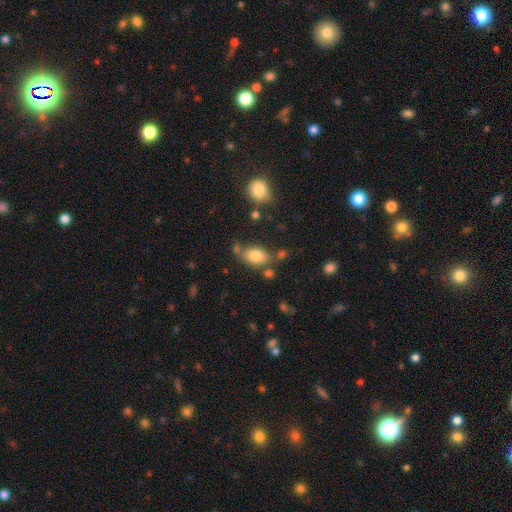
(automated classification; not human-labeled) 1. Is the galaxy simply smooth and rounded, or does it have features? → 80% smooth, 12% featured or disk, 9% star or artifact.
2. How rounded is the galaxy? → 87% in between, 10% round, 3% cigar-shaped.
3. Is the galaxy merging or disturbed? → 65% none, 18% minor disturbance, 12% merger, 5% major disturbance.